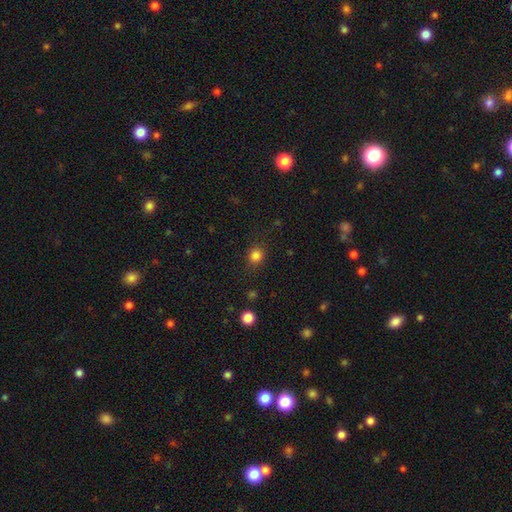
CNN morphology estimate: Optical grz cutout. It shows a smooth galaxy with no disk features (83%) that is round (83%). Merging: none (85%).